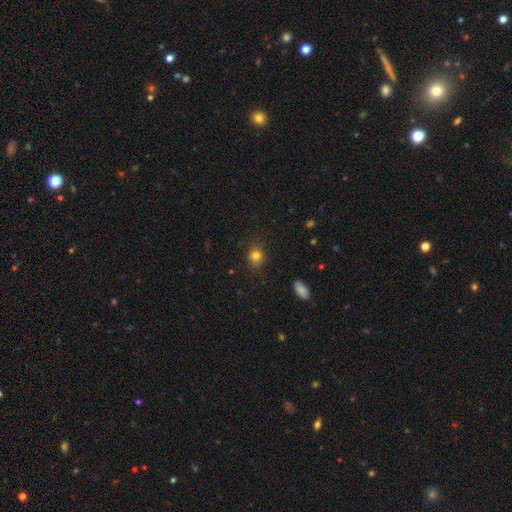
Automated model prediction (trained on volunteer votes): smooth-or-featured: smooth: 81% | star or artifact: 12% | featured or disk: 6%
  how-rounded: round: 77% | in between: 22% | cigar-shaped: 1%
  merging: none: 86% | minor disturbance: 10% | major disturbance: 3% | merger: 1%